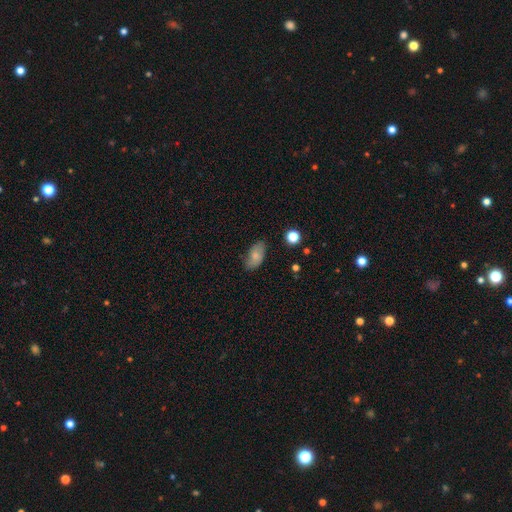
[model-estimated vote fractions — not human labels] smooth 77%, featured or disk 14%, star or artifact 8%. Down the decision tree: how rounded — in between (92%); merging — none (75%).